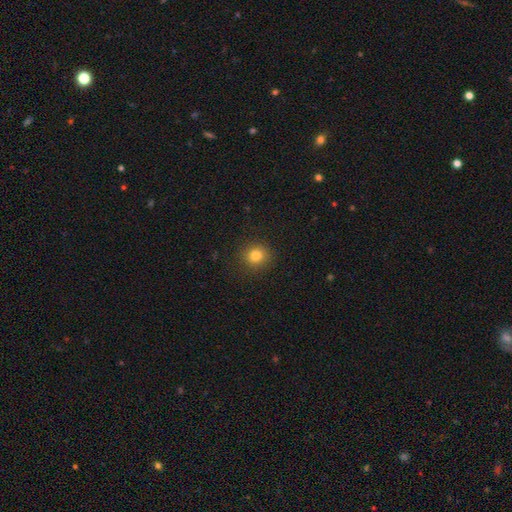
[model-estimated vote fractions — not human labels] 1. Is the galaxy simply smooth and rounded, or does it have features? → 81% smooth, 13% star or artifact, 6% featured or disk.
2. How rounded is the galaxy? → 90% round, 9% in between, 1% cigar-shaped.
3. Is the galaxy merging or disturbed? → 91% none, 6% minor disturbance, 2% major disturbance, 1% merger.